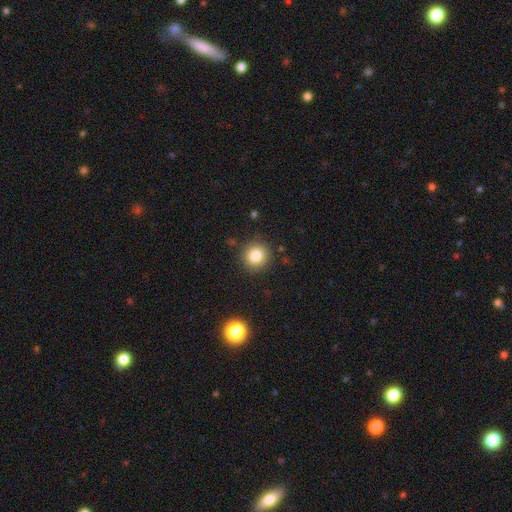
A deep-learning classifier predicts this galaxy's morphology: type=smooth (82%); roundness=round (92%); merging=none (89%).